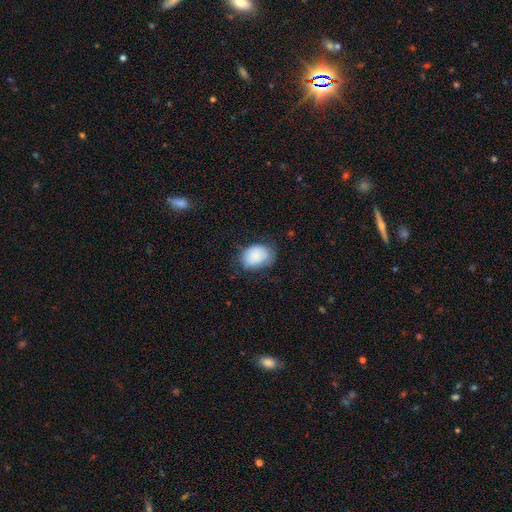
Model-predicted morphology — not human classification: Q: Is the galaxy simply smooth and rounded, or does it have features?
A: smooth — 85%.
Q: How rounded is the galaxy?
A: in between — 77%.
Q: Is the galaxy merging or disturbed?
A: none — 62%.